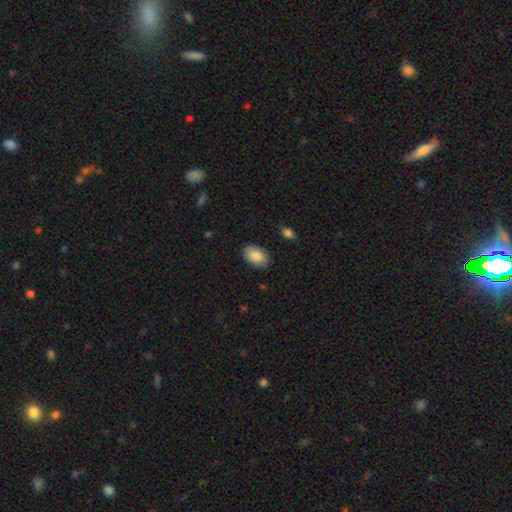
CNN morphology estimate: Overall: smooth (88%). How rounded: in between (90%). Merging: none (87%).